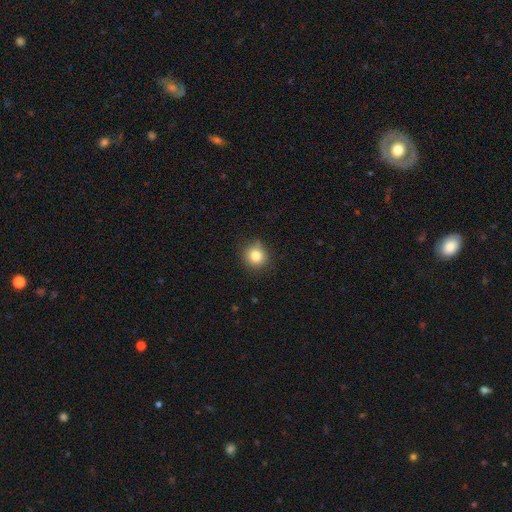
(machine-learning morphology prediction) A smooth galaxy with no disk features (82%) that is round (90%). Merging: none (85%).